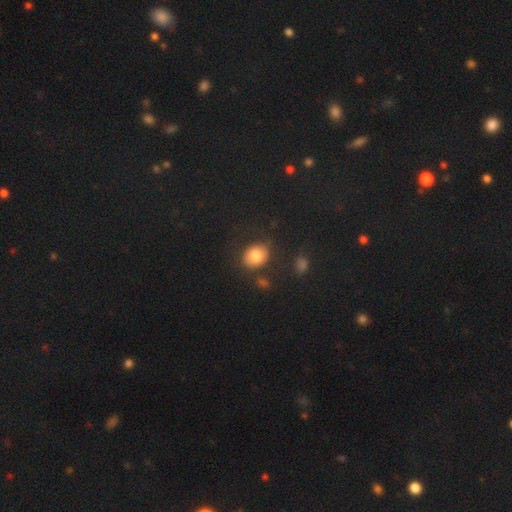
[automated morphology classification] smooth 80%, featured or disk 11%, star or artifact 9%. Down the decision tree: how rounded — in between (51%); merging — none (75%).